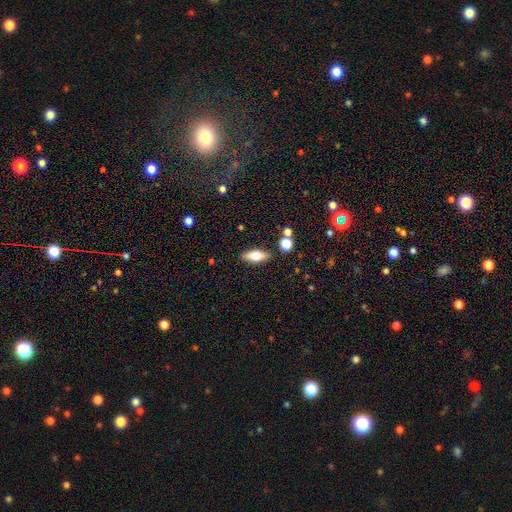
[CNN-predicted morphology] This appears to be a smooth galaxy with no disk features (55%) that is in between round and cigar-shaped (69%). Merging: none (86%).